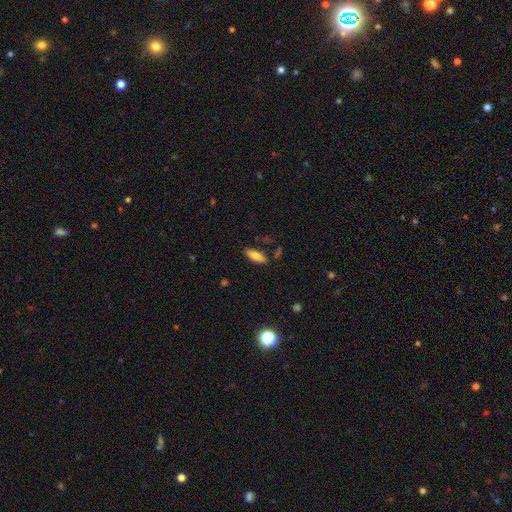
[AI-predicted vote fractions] Smooth or featured?
  - smooth: 72% *
  - featured or disk: 20%
  - star or artifact: 8%
How rounded?
  - in between: 71% *
  - cigar-shaped: 26%
  - round: 2%
Merging?
  - none: 82% *
  - minor disturbance: 12%
  - merger: 3%
  - major disturbance: 3%